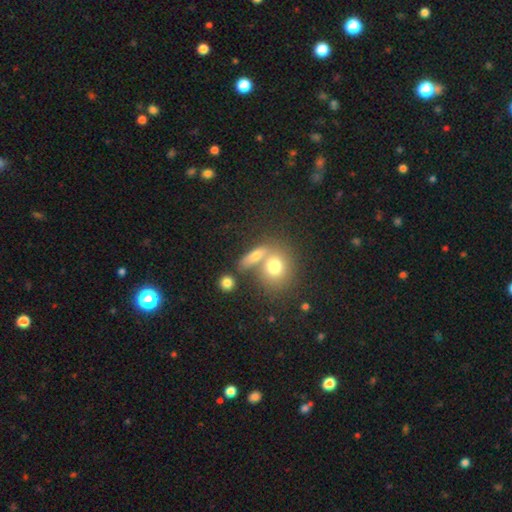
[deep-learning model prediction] Smooth or featured? smooth (69%)
How rounded? in between (47%)
Merging? none (43%)